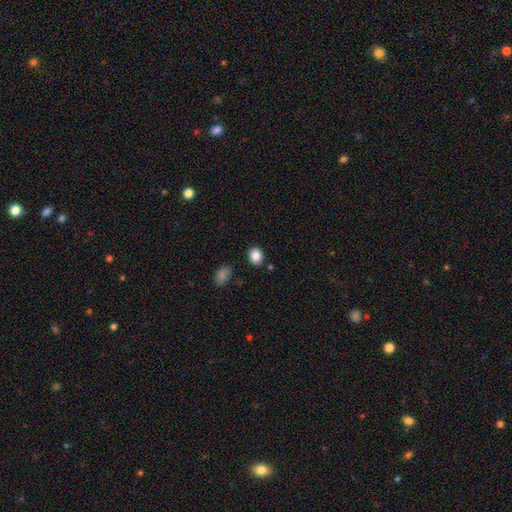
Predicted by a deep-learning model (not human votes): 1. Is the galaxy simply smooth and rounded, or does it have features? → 86% smooth, 9% star or artifact, 4% featured or disk.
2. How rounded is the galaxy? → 58% round, 41% in between, 1% cigar-shaped.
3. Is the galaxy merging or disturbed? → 86% none, 8% minor disturbance, 3% merger, 2% major disturbance.